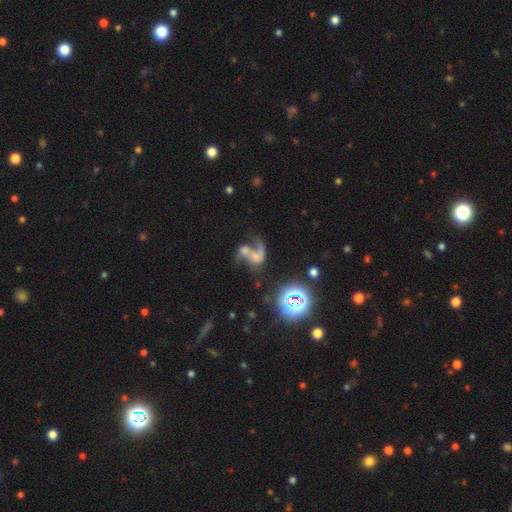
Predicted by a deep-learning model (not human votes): Smooth or featured?
  - featured or disk: 53% *
  - smooth: 25%
  - star or artifact: 22%
Edge-on disk?
  - no: 97% *
  - yes: 3%
Bar?
  - no: 74% *
  - weak: 18%
  - strong: 8%
Spiral arms?
  - yes: 58% *
  - no: 42%
Bulge size?
  - none: 46% *
  - small: 23%
  - moderate: 19%
  - large: 8%
  - dominant: 4%
Merging?
  - merger: 49% *
  - major disturbance: 26%
  - none: 17%
  - minor disturbance: 8%